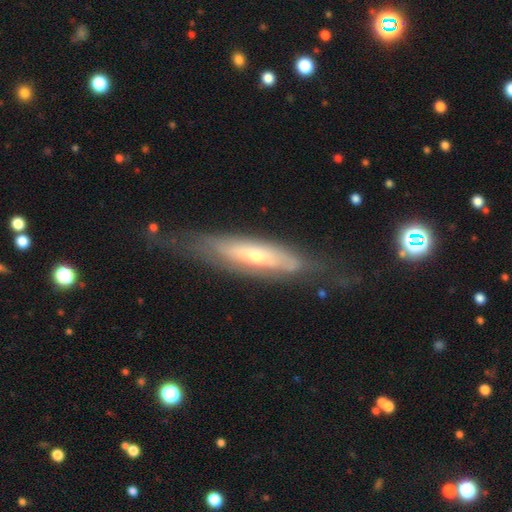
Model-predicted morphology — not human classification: Smooth or featured?
  - featured or disk: 67% *
  - smooth: 26%
  - star or artifact: 7%
Edge-on disk?
  - no: 52% *
  - yes: 48%
Merging?
  - none: 65% *
  - minor disturbance: 22%
  - major disturbance: 11%
  - merger: 2%